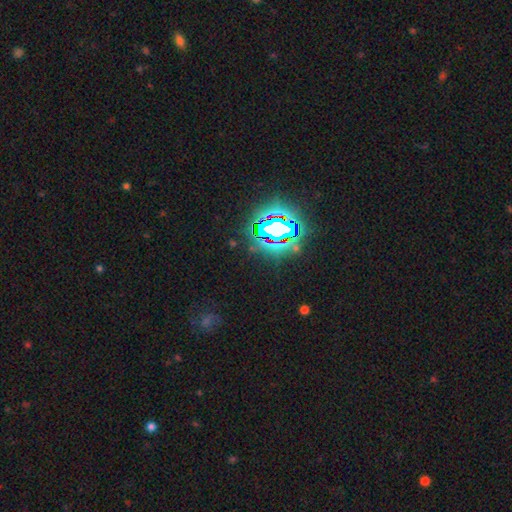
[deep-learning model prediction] A star or artifact, not a galaxy (84%).